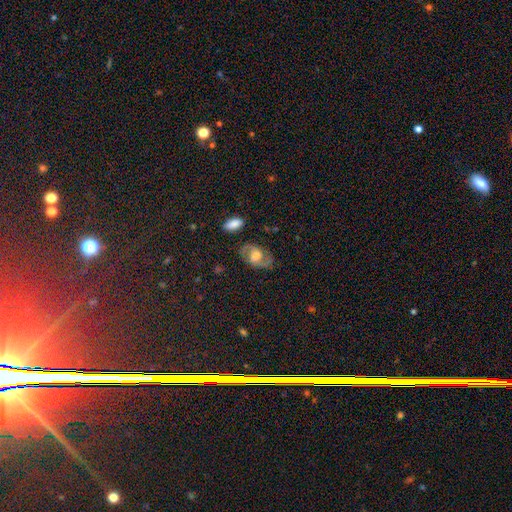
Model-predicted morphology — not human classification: Smooth or featured? Predicted: featured or disk (p=0.70). Edge-on disk? Predicted: no (p=0.96). Bar? Predicted: weak (p=0.48). Spiral arms? Predicted: yes (p=0.87). Spiral winding? Predicted: medium (p=0.54). Spiral arm count? Predicted: 2 (p=0.90). Bulge size? Predicted: moderate (p=0.41). Merging? Predicted: none (p=0.77).